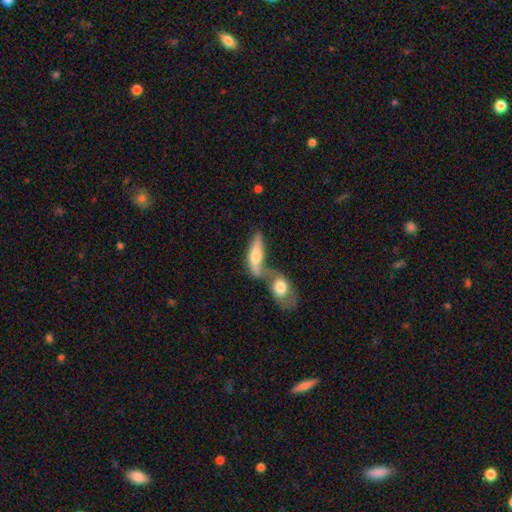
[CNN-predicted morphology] type=smooth (55%); roundness=in between (57%); merging=merger (67%).